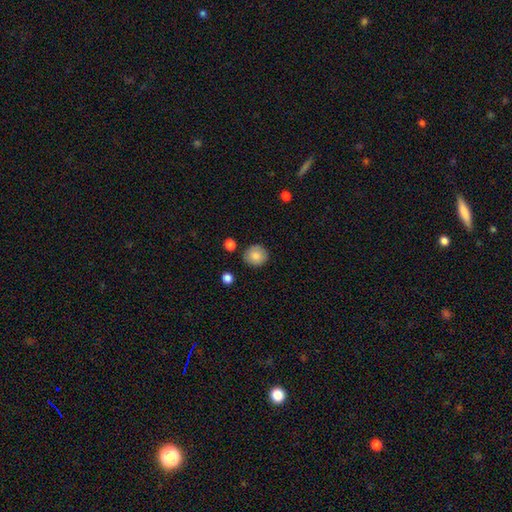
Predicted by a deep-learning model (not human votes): Smooth or featured? Predicted: smooth (p=0.84). How rounded? Predicted: round (p=0.86). Merging? Predicted: none (p=0.85).